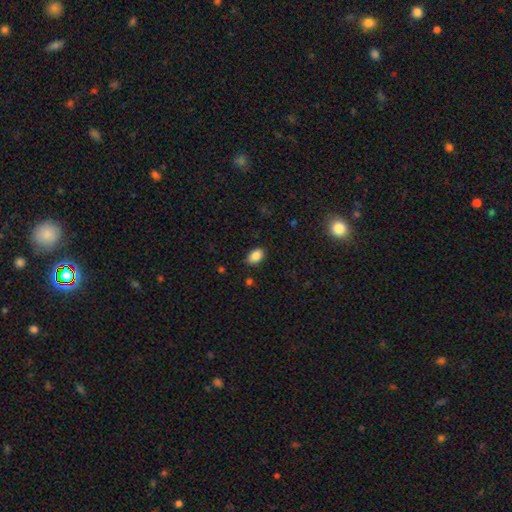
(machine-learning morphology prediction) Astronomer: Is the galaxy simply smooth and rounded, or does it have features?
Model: smooth — 86%.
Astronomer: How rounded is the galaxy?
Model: in between — 91%.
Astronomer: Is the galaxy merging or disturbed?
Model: none — 84%.